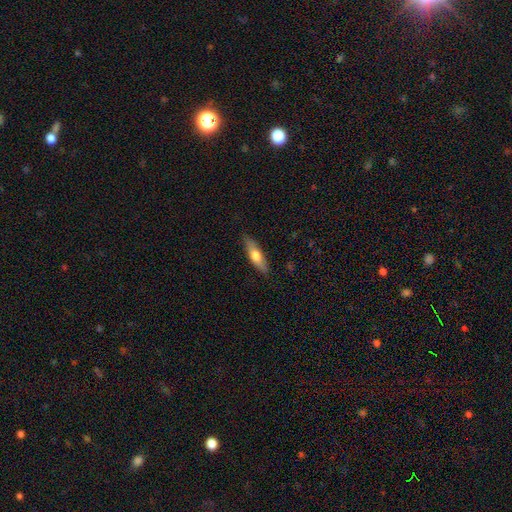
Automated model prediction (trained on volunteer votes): Morphology: type=smooth (62%); roundness=cigar-shaped (58%); merging=none (85%).